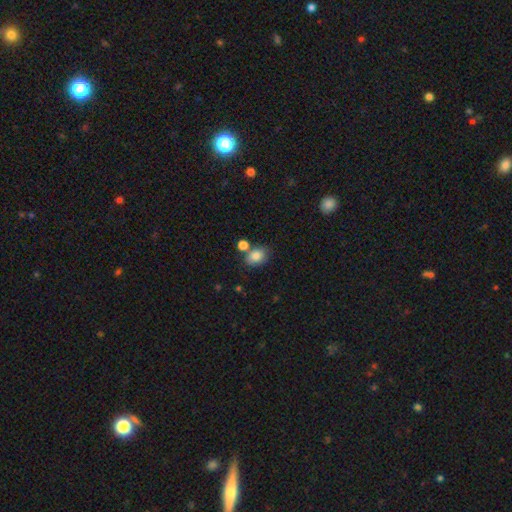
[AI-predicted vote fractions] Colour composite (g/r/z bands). It shows a smooth galaxy with no disk features (83%) that is in between round and cigar-shaped (61%). Merging: none (59%).